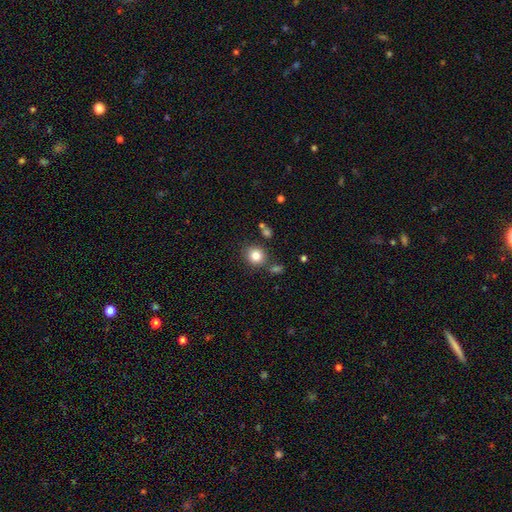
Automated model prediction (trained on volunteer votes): Smooth or featured? smooth (83%)
How rounded? round (86%)
Merging? none (80%)